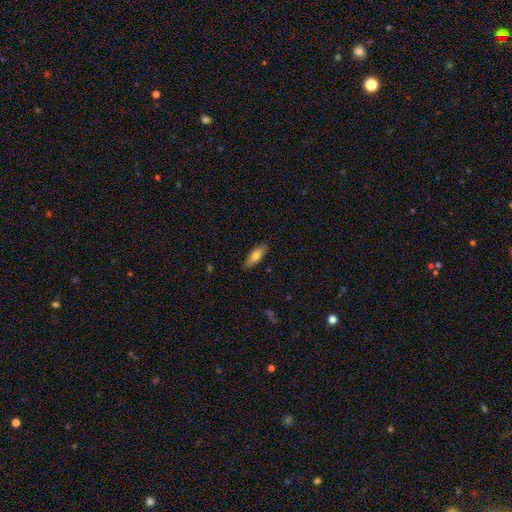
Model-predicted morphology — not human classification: smooth_or_featured: smooth (p=0.71) [alt: featured or disk p=0.23]
how_rounded: in between (p=0.66) [alt: cigar-shaped p=0.31]
merging: none (p=0.87) [alt: minor disturbance p=0.10]